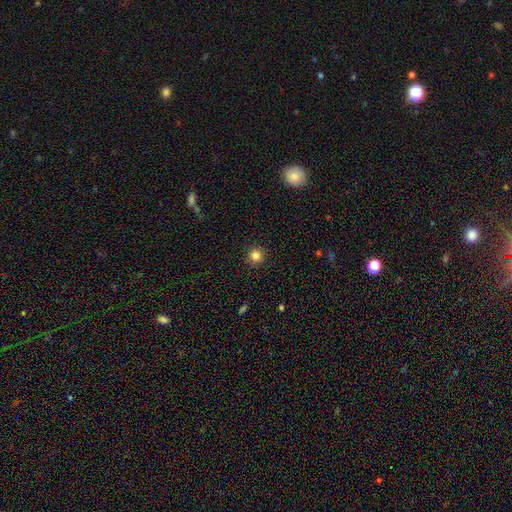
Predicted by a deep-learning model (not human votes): Smooth or featured: smooth — 83% (star or artifact — 12%)
How rounded: round — 94% (in between — 5%)
Merging: none — 92% (minor disturbance — 5%)